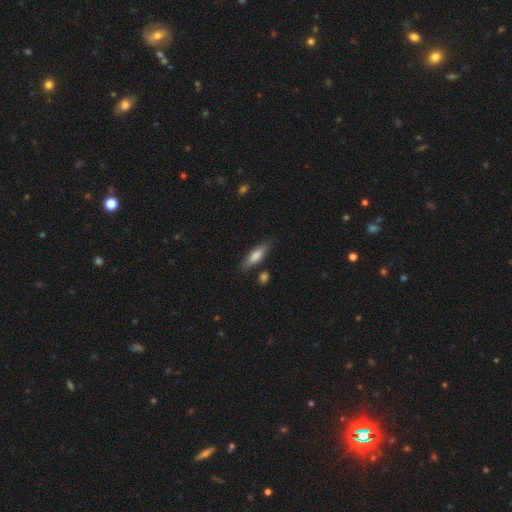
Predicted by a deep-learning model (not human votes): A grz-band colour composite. It shows a smooth galaxy with no disk features (77%) that is cigar-shaped (50%). Merging: none (80%).